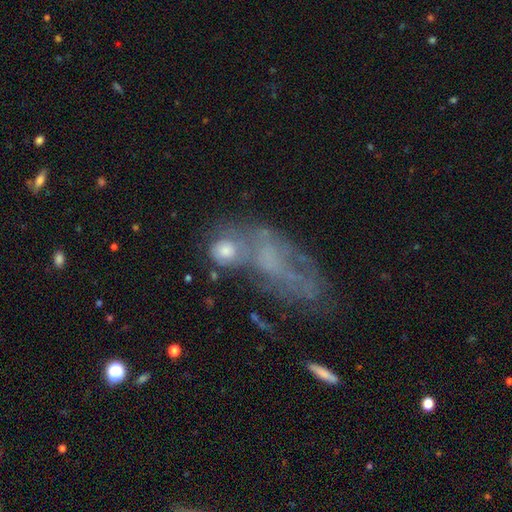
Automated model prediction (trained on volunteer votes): Q: Smooth or featured?
A: featured or disk (52%); runner-up: smooth (28%)
Q: Edge-on disk?
A: no (80%); runner-up: yes (20%)
Q: Merging?
A: none (42%); runner-up: merger (21%)